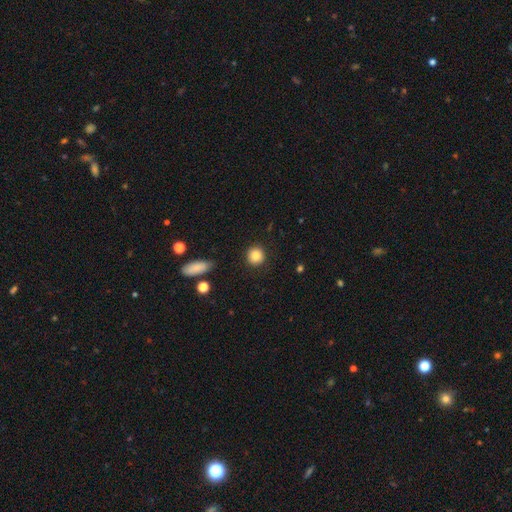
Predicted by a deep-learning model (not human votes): Morphology: type=smooth (86%); roundness=round (90%); merging=none (89%).